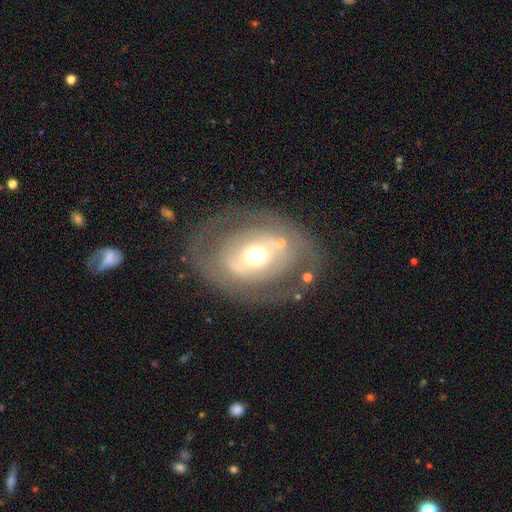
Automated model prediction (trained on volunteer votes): Smooth or featured? featured or disk (62%)
Edge-on disk? no (93%)
Bar? no (57%)
Spiral arms? no (66%)
Bulge size? moderate (64%)
Merging? none (70%)